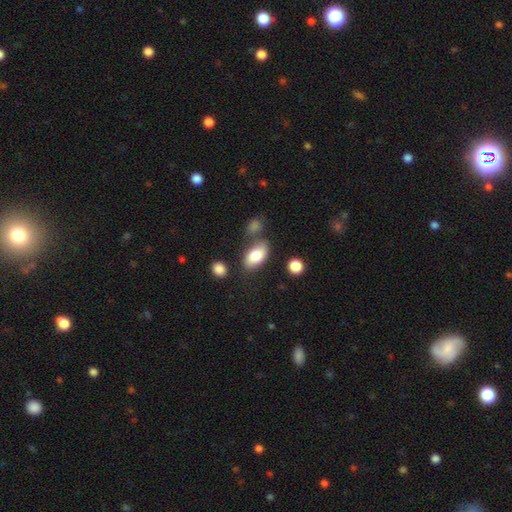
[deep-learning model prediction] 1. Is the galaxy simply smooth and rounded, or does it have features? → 81% smooth, 12% featured or disk, 7% star or artifact.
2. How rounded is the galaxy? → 92% in between, 5% round, 3% cigar-shaped.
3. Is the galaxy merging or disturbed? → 65% none, 18% minor disturbance, 11% merger, 6% major disturbance.